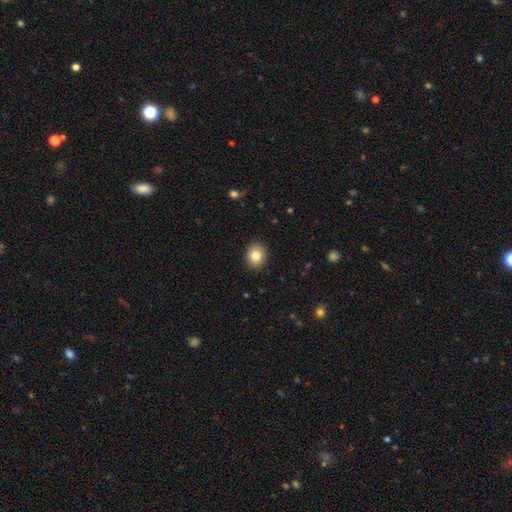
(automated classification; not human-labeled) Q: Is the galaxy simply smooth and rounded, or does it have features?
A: smooth — 82%.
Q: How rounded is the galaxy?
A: round — 60%.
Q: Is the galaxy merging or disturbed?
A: none — 90%.